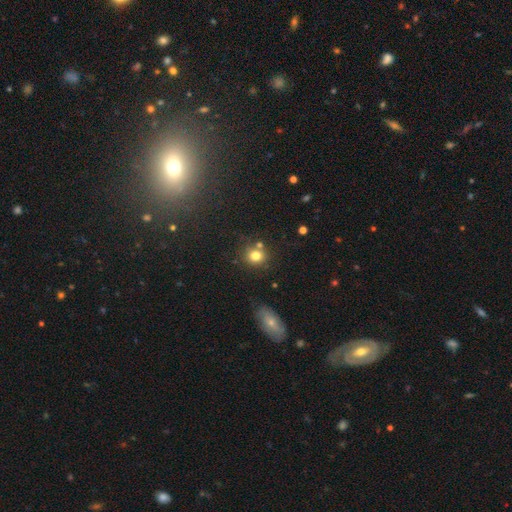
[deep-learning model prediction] Smooth or featured? Predicted: smooth (p=0.78). How rounded? Predicted: round (p=0.80). Merging? Predicted: none (p=0.68).